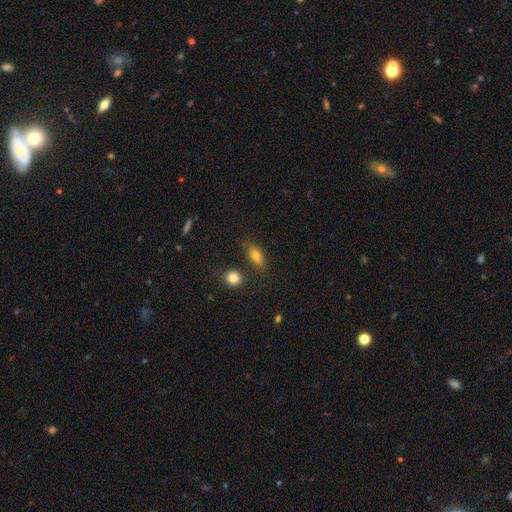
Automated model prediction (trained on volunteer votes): The model was most divided on "how rounded": in between: 73%, cigar-shaped: 16%, round: 11%. More confident: smooth or featured — smooth (73%); merging — none (73%).